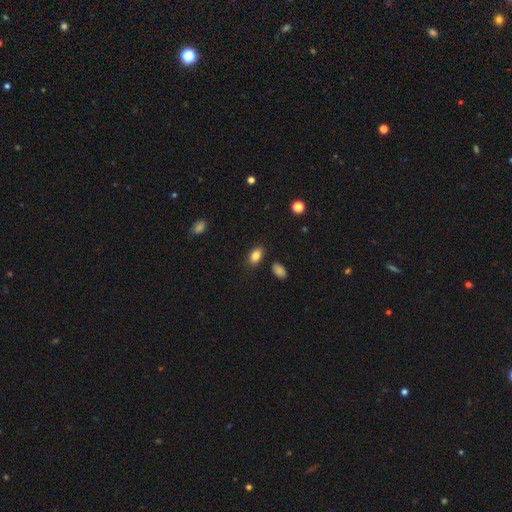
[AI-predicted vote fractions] smooth 85%, star or artifact 9%, featured or disk 6%. Down the decision tree: how rounded — in between (86%); merging — none (83%).